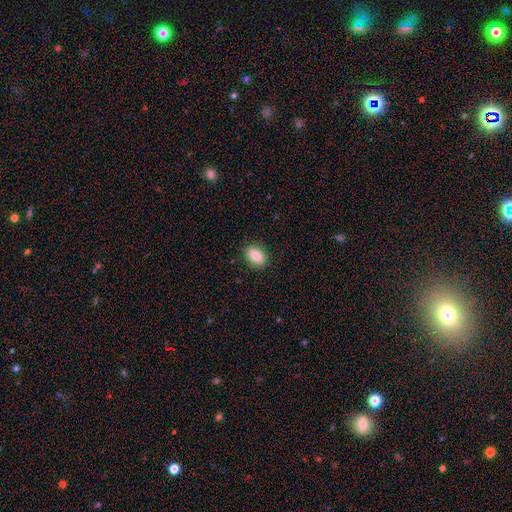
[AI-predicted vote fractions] Smooth or featured? smooth (86%)
How rounded? in between (85%)
Merging? none (87%)